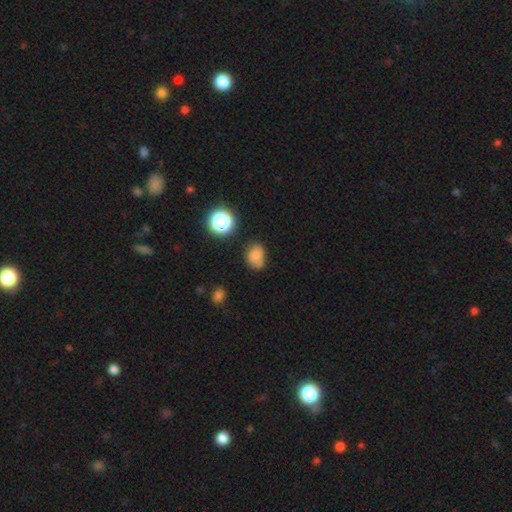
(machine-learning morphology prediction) Smooth or featured?
  - smooth: 77% *
  - star or artifact: 15%
  - featured or disk: 8%
How rounded?
  - in between: 59% *
  - round: 40%
  - cigar-shaped: 1%
Merging?
  - none: 58% *
  - minor disturbance: 29%
  - major disturbance: 8%
  - merger: 6%